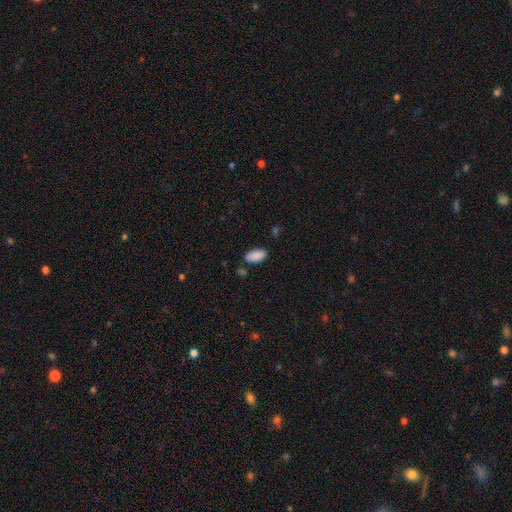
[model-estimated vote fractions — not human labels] A smooth galaxy with no disk features (90%) that is in between round and cigar-shaped (94%).

Vote fractions:
- Smooth or featured? smooth: 90% / star or artifact: 7% / featured or disk: 4%
- How rounded? in between: 94% / cigar-shaped: 4% / round: 2%
- Merging? none: 82% / minor disturbance: 12% / merger: 4% / major disturbance: 3%